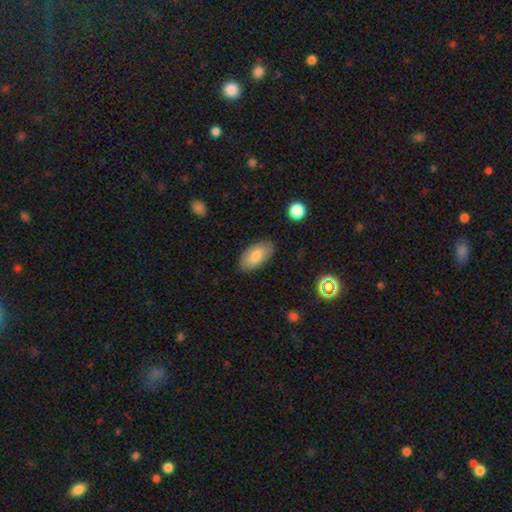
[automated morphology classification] Smooth or featured?
  - smooth: 79% *
  - featured or disk: 15%
  - star or artifact: 7%
How rounded?
  - in between: 94% *
  - cigar-shaped: 3%
  - round: 3%
Merging?
  - none: 85% *
  - minor disturbance: 12%
  - major disturbance: 3%
  - merger: 1%